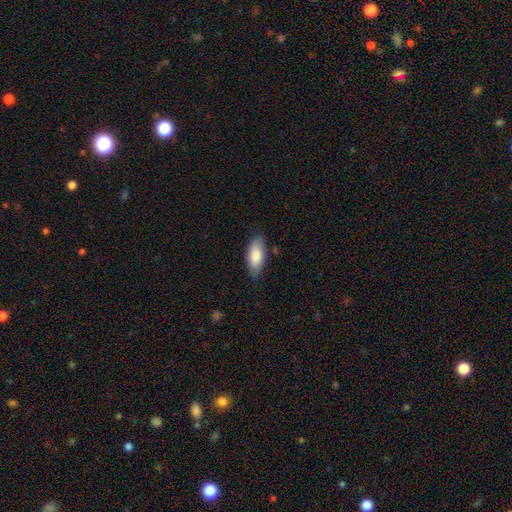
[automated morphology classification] Smooth or featured?
  - smooth: 84% *
  - featured or disk: 10%
  - star or artifact: 6%
How rounded?
  - in between: 86% *
  - cigar-shaped: 12%
  - round: 2%
Merging?
  - none: 77% *
  - minor disturbance: 18%
  - major disturbance: 3%
  - merger: 1%